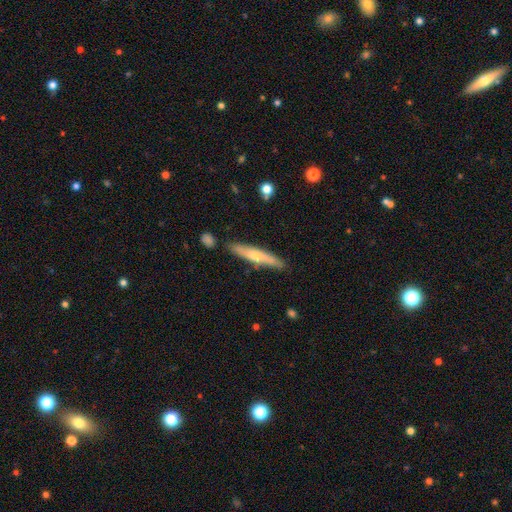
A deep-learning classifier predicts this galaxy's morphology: Smooth or featured: smooth — 55% (featured or disk — 39%)
How rounded: cigar-shaped — 90% (in between — 8%)
Merging: none — 80% (minor disturbance — 13%)